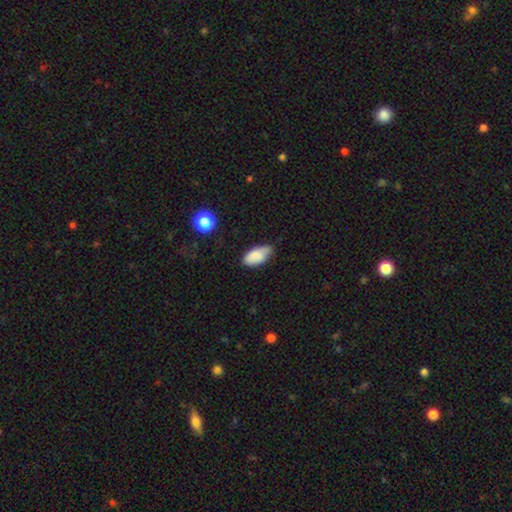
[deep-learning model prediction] Overall: smooth (84%). How rounded: in between (93%). Merging: none (55%; minor disturbance 37%).